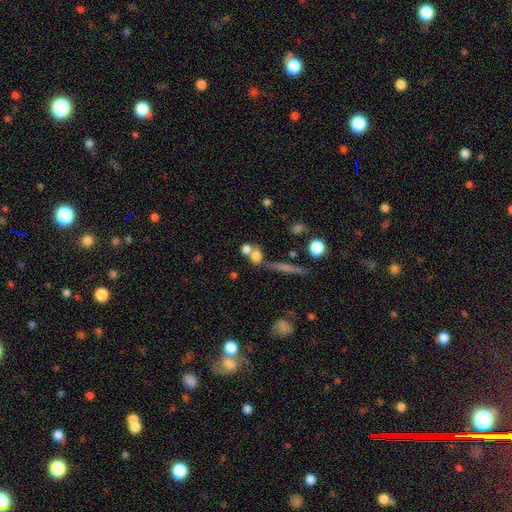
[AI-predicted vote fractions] A smooth galaxy with no disk features (72%) that is round (59%). Merging: merger (44%).